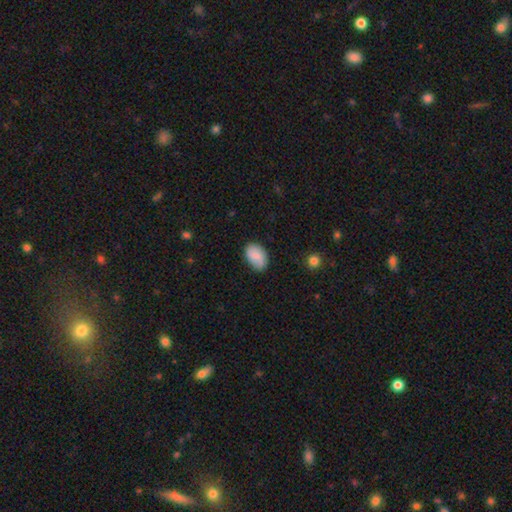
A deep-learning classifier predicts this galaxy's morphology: Smooth or featured: smooth — 76% (featured or disk — 17%)
How rounded: in between — 88% (round — 11%)
Merging: none — 75% (minor disturbance — 20%)